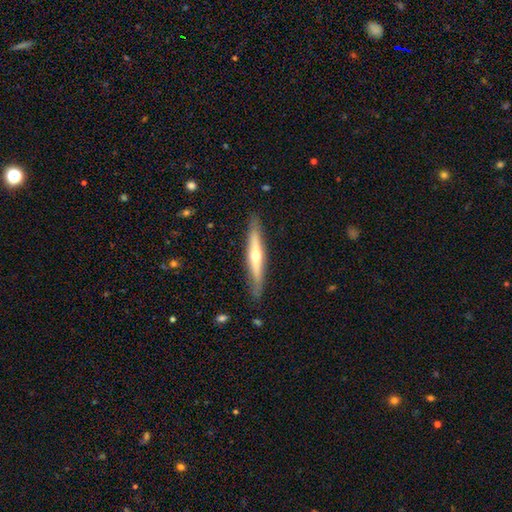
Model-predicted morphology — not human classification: Smooth or featured? Predicted: featured or disk (p=0.65). Edge-on disk? Predicted: yes (p=0.94). Edge-on bulge? Predicted: rounded (p=0.86). Merging? Predicted: none (p=0.88).